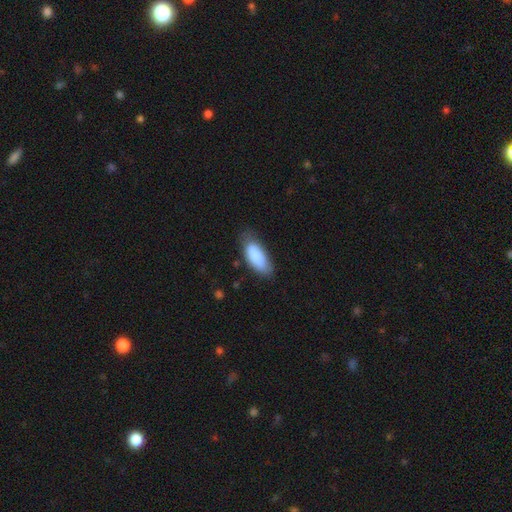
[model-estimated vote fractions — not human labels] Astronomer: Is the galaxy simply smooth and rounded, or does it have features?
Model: smooth — 86%.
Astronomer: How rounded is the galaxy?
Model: in between — 83%.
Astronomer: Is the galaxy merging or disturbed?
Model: none — 64%.